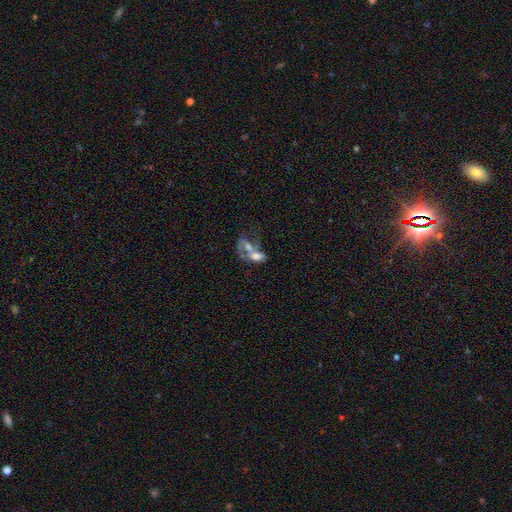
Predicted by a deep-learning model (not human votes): Morphology: type=smooth (50%); roundness=in between (83%); merging=merger (70%).